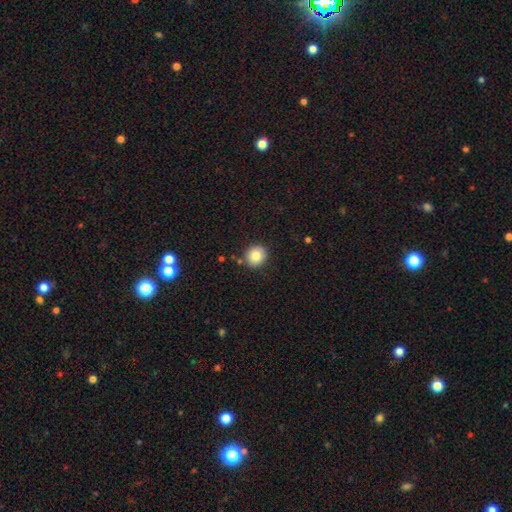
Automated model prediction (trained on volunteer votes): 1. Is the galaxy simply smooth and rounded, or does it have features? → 84% smooth, 10% star or artifact, 7% featured or disk.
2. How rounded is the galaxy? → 84% round, 15% in between, 1% cigar-shaped.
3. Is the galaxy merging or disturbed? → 88% none, 8% minor disturbance, 2% merger, 2% major disturbance.